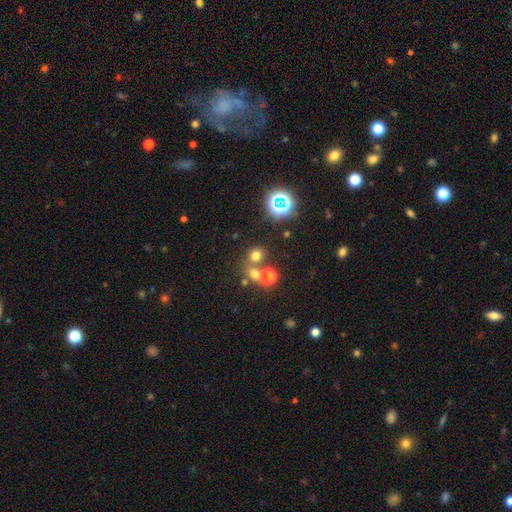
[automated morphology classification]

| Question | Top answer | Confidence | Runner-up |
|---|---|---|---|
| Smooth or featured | smooth | 63% | star or artifact (28%) |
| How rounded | round | 82% | in between (16%) |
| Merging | none | 61% | merger (27%) |